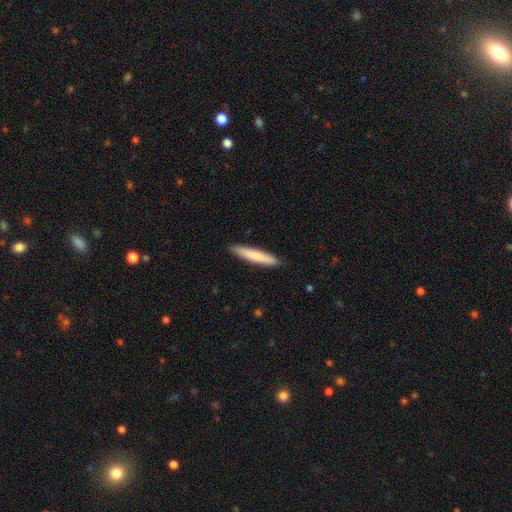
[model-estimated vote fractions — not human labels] Overall: smooth (79%). How rounded: cigar-shaped (92%). Merging: none (90%).